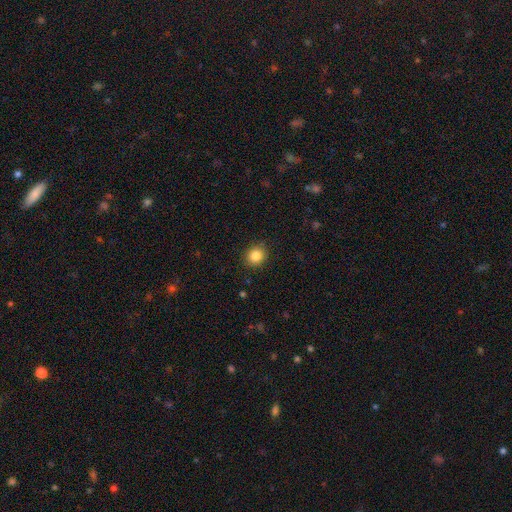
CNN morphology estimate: Smooth or featured: smooth — 85% (star or artifact — 10%)
How rounded: round — 82% (in between — 18%)
Merging: none — 89% (minor disturbance — 8%)